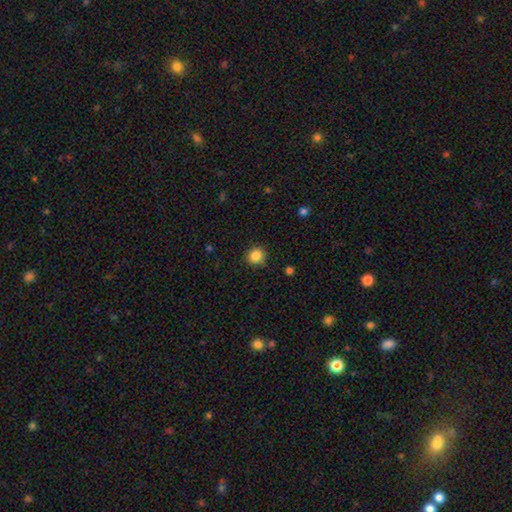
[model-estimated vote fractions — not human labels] This is clearly a smooth galaxy (86%). How rounded: clearly round (90%). Merging: clearly none (88%).